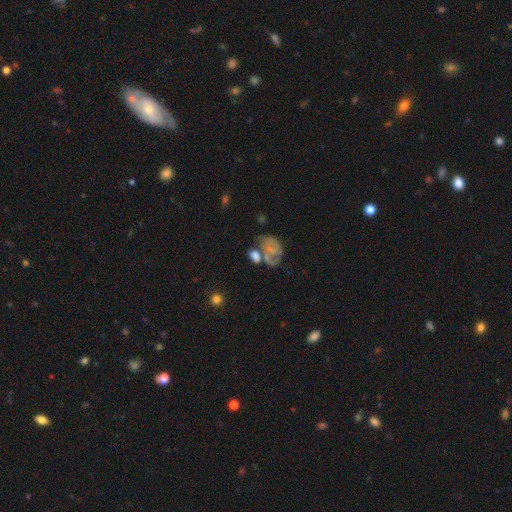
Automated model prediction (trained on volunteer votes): Smooth or featured?
  - smooth: 58% *
  - featured or disk: 30%
  - star or artifact: 12%
How rounded?
  - in between: 67% *
  - round: 31%
  - cigar-shaped: 2%
Merging?
  - merger: 35% *
  - none: 34%
  - minor disturbance: 17%
  - major disturbance: 15%